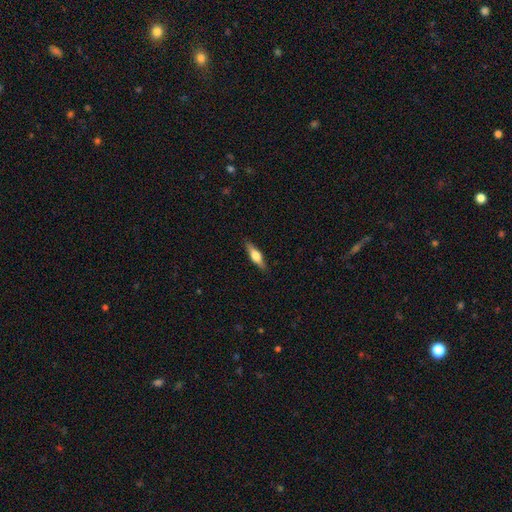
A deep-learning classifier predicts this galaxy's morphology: Q: Smooth or featured?
A: smooth (48%); runner-up: featured or disk (46%)
Q: Merging?
A: none (87%); runner-up: minor disturbance (10%)